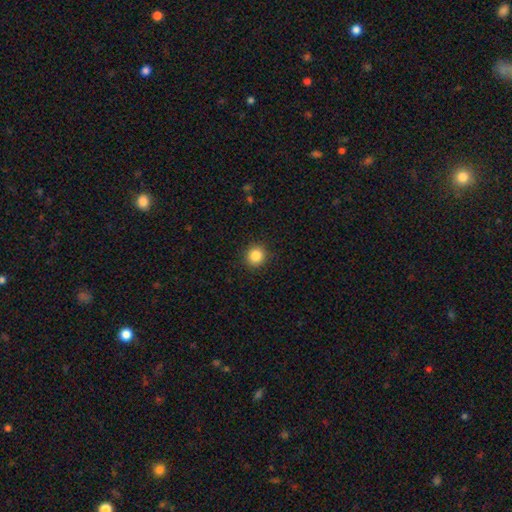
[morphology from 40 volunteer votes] smooth-or-featured: smooth: 92% | star or artifact: 8% | featured or disk: 0%
  how-rounded: round: 97% | in between: 3% | cigar-shaped: 0%
  merging: none: 95% | minor disturbance: 3% | major disturbance: 3% | merger: 0%